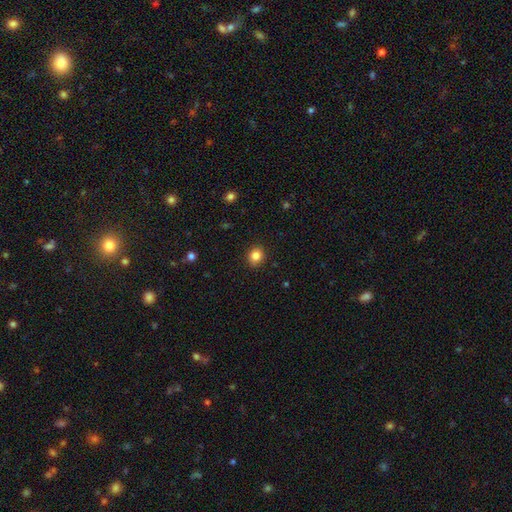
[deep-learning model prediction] The model was most divided on "how rounded": round: 79%, in between: 20%, cigar-shaped: 1%. More confident: merging — none (90%); smooth or featured — smooth (84%).